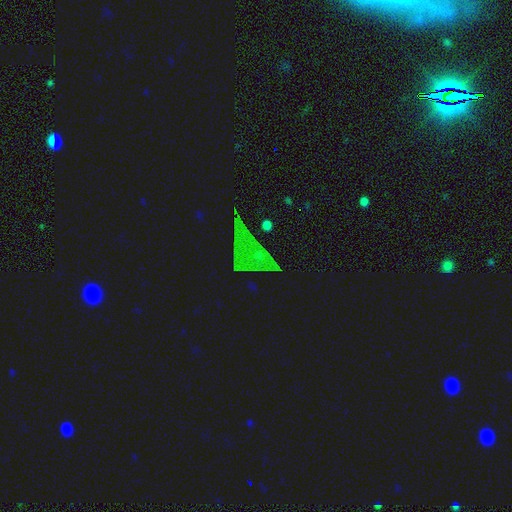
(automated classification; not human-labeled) Smooth or featured? Predicted: star or artifact (p=0.65).